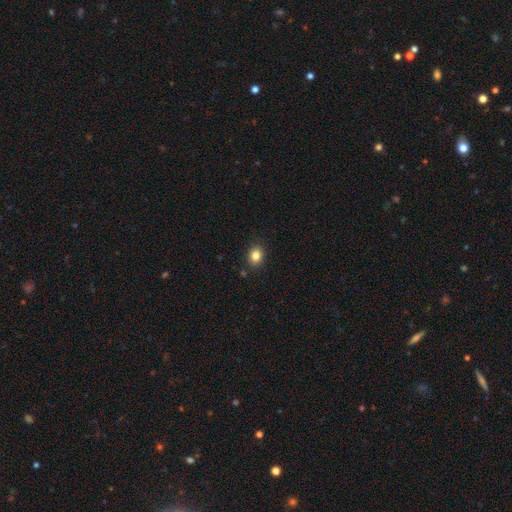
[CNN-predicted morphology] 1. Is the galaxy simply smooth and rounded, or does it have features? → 84% smooth, 11% star or artifact, 5% featured or disk.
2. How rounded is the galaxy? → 51% round, 48% in between, 1% cigar-shaped.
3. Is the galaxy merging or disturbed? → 87% none, 9% minor disturbance, 2% major disturbance, 2% merger.